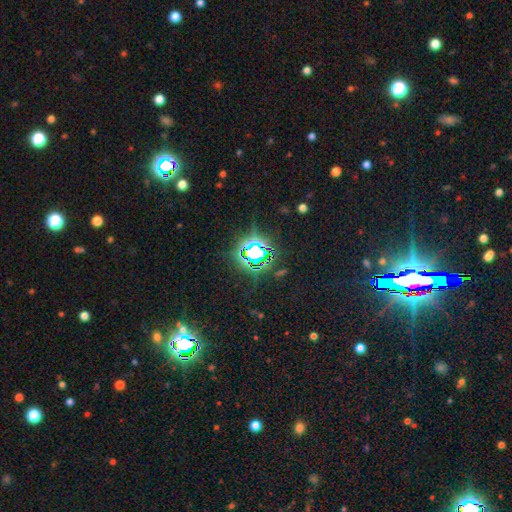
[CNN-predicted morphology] This appears to be a star or artifact, not a galaxy (84%).